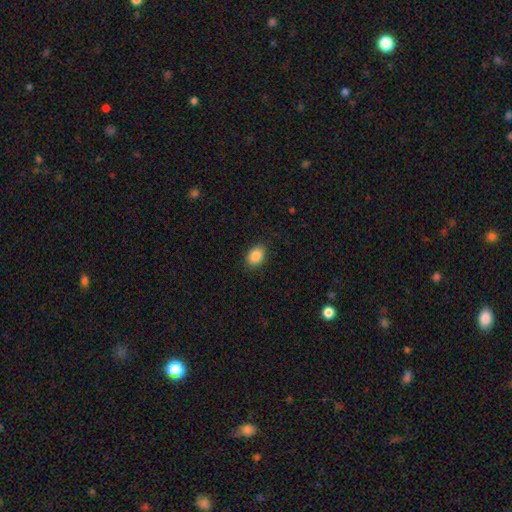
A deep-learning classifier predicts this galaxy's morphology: Overall: smooth (88%). How rounded: in between (79%). Merging: none (88%).